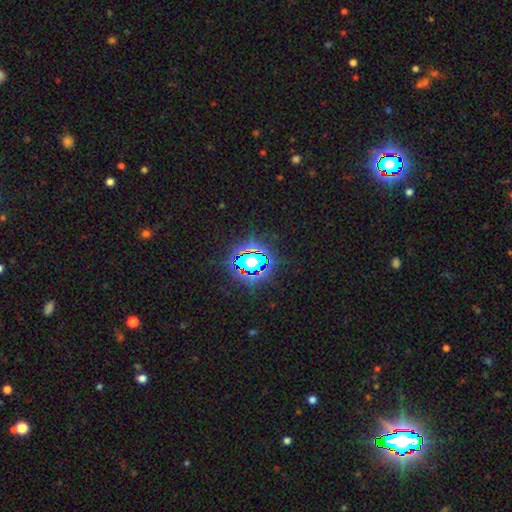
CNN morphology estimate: This appears to be a star or artifact, not a galaxy (80%).